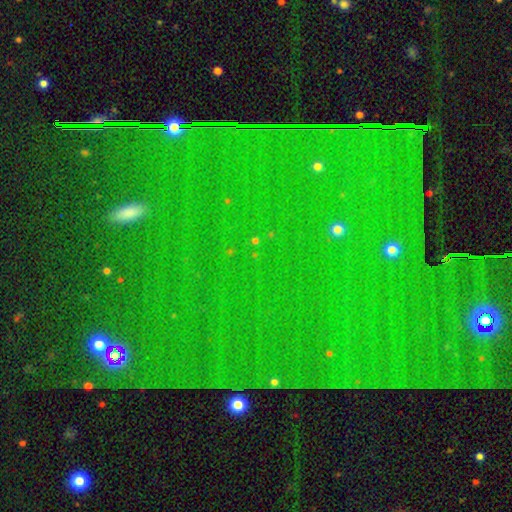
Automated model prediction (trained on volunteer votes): Overall: star or artifact (75%).